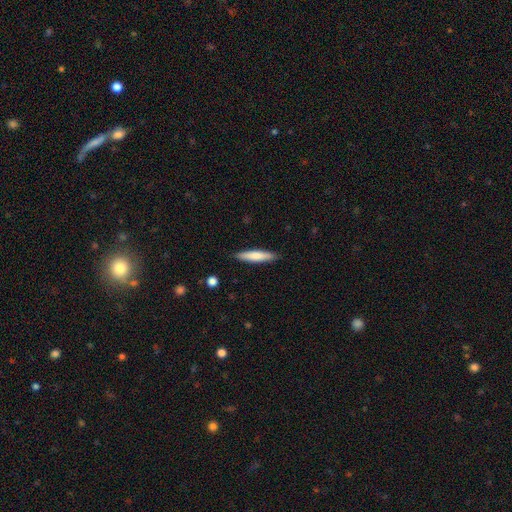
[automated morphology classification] smooth_or_featured: smooth (p=0.73) [alt: featured or disk p=0.21]
how_rounded: cigar-shaped (p=0.87) [alt: in between p=0.12]
merging: none (p=0.89) [alt: minor disturbance p=0.08]